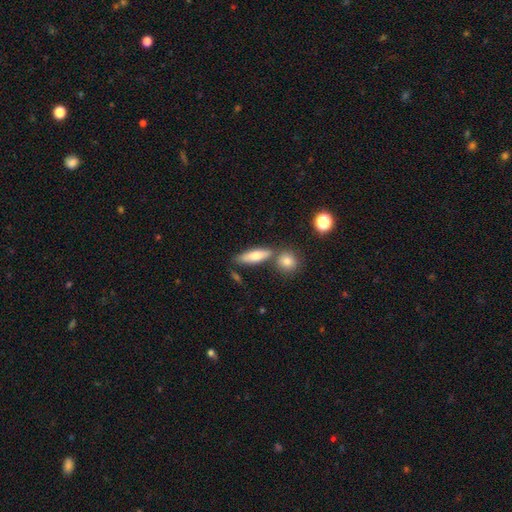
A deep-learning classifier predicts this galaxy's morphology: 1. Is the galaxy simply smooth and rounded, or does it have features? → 67% smooth, 25% featured or disk, 8% star or artifact.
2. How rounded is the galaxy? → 51% cigar-shaped, 46% in between, 4% round.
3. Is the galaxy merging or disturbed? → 67% none, 18% merger, 12% minor disturbance, 3% major disturbance.